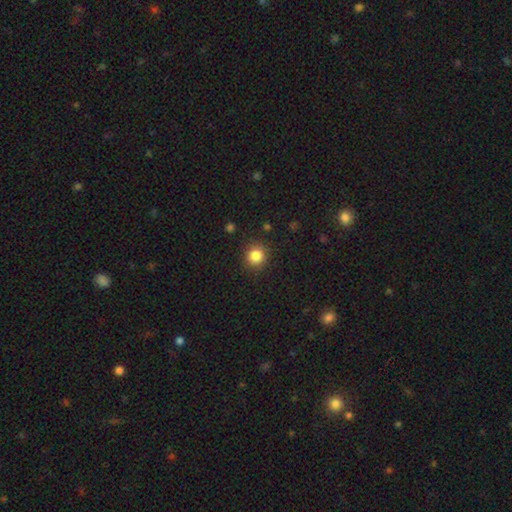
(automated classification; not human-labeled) Smooth or featured? Predicted: smooth (p=0.85). How rounded? Predicted: round (p=0.91). Merging? Predicted: none (p=0.89).